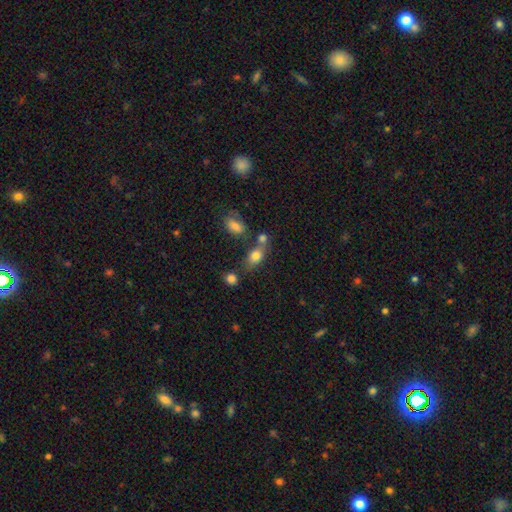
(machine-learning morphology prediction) Q: Smooth or featured?
A: smooth (78%); runner-up: featured or disk (12%)
Q: How rounded?
A: in between (77%); runner-up: round (19%)
Q: Merging?
A: none (49%); runner-up: merger (29%)